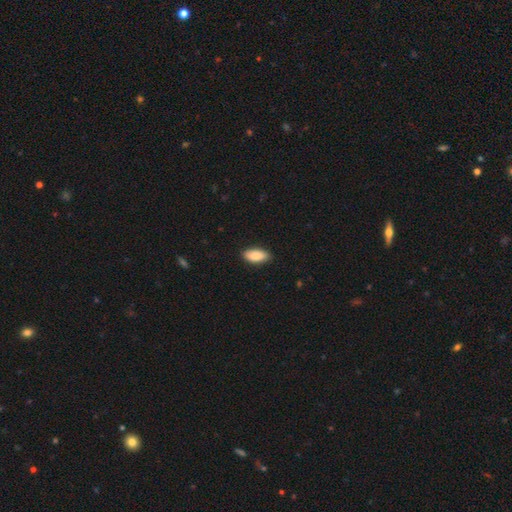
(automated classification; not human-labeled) smooth-or-featured: smooth: 87% | featured or disk: 7% | star or artifact: 6%
  how-rounded: in between: 90% | cigar-shaped: 8% | round: 2%
  merging: none: 87% | minor disturbance: 10% | major disturbance: 2% | merger: 1%